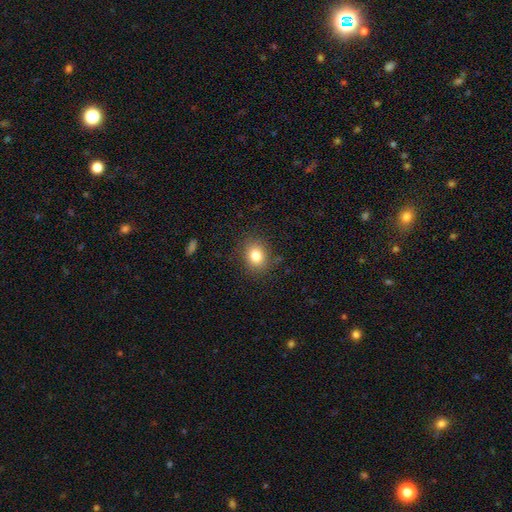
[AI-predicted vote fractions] A smooth galaxy with no disk features (82%) that is round (58%). Merging: none (84%).